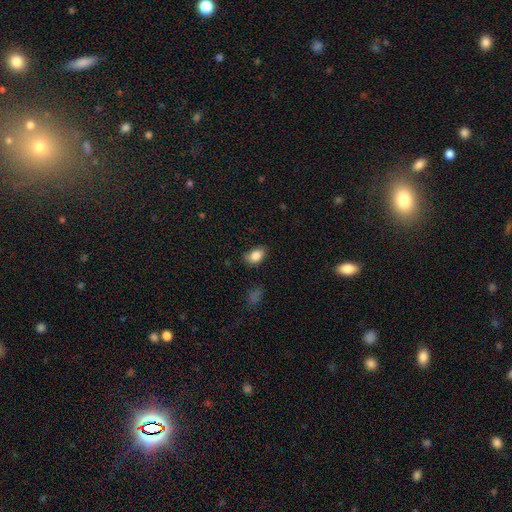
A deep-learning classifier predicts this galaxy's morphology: smooth_or_featured: smooth (p=0.86) [alt: star or artifact p=0.08]
how_rounded: in between (p=0.83) [alt: round p=0.16]
merging: none (p=0.76) [alt: minor disturbance p=0.18]